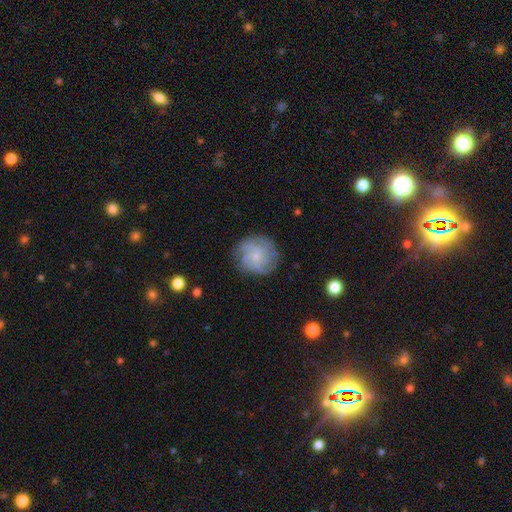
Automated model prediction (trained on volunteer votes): Smooth or featured: featured or disk — 61% (smooth — 31%)
Edge-on disk: no — 98% (yes — 2%)
Bar: no — 73% (weak — 24%)
Spiral arms: yes — 90% (no — 10%)
Spiral winding: tight — 54% (medium — 34%)
Spiral arm count: can't tell — 37% (3 — 21%)
Bulge size: small — 68% (moderate — 20%)
Merging: none — 79% (minor disturbance — 15%)